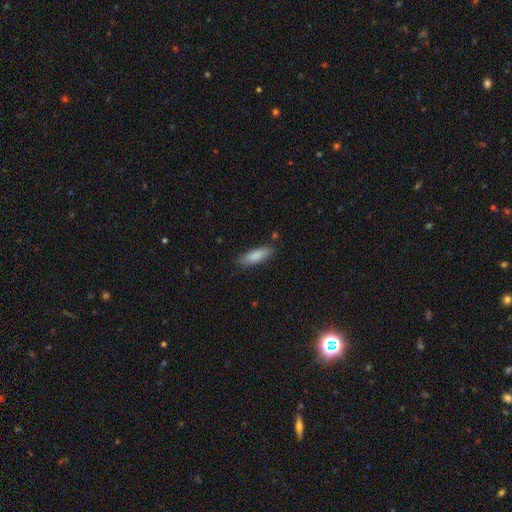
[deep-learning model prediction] The model was most divided on "how rounded": cigar-shaped: 50%, in between: 49%, round: 2%. More confident: smooth or featured — smooth (85%); merging — none (83%).